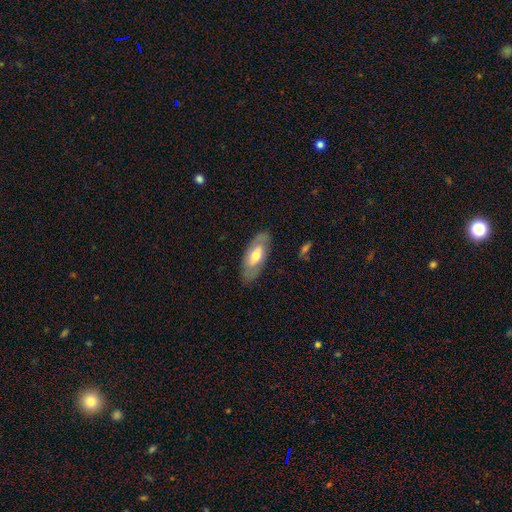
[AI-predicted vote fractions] This is possibly a smooth galaxy (54%). How rounded: clearly in between (81%). Merging: clearly none (80%).